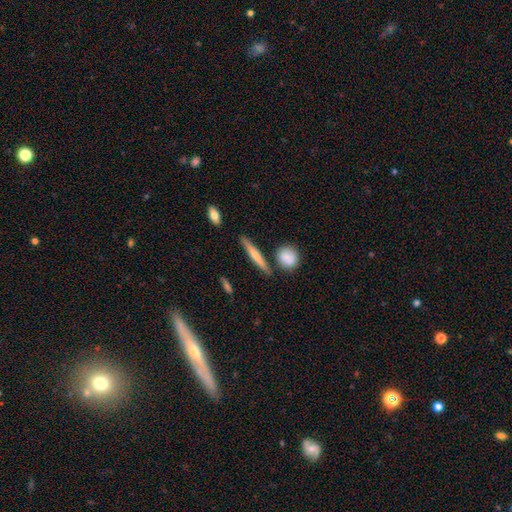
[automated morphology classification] Overall: smooth (53%; featured or disk 40%). How rounded: cigar-shaped (87%). Merging: none (84%).